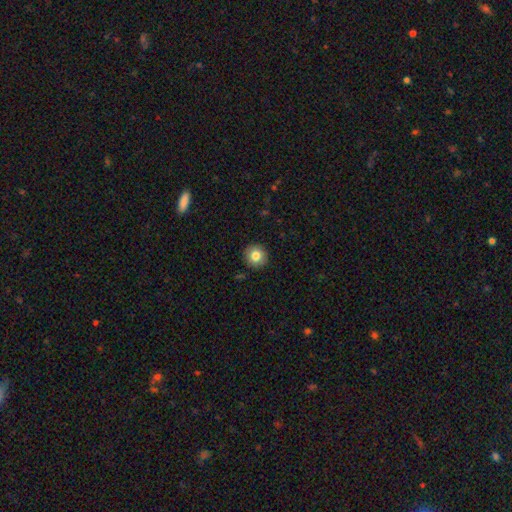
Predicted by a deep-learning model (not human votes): The model was most divided on "smooth or featured": smooth: 83%, star or artifact: 9%, featured or disk: 8%. More confident: how rounded — round (94%); merging — none (92%).